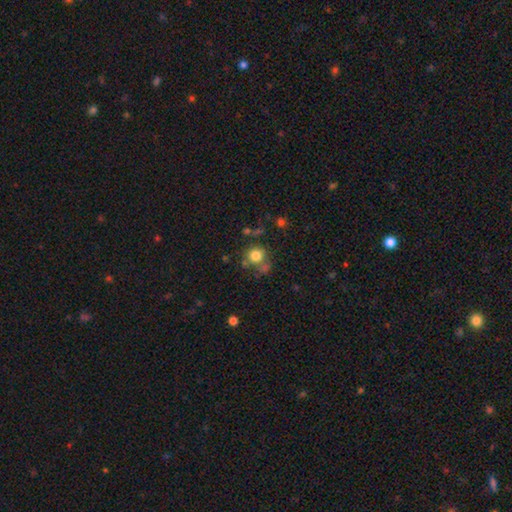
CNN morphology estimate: type=smooth (79%); roundness=round (87%); merging=none (62%).